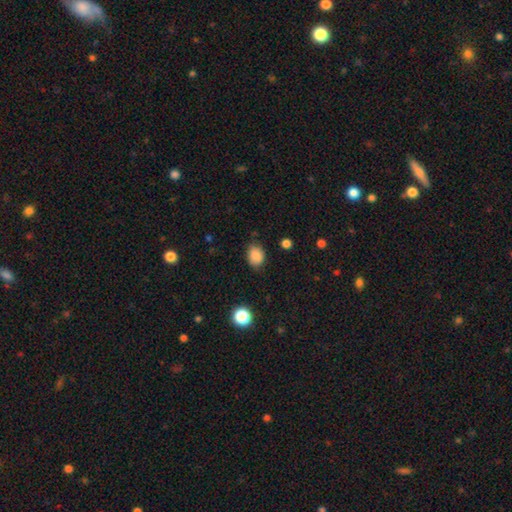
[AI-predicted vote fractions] Q: Smooth or featured?
A: smooth (86%); runner-up: star or artifact (9%)
Q: How rounded?
A: in between (61%); runner-up: round (38%)
Q: Merging?
A: none (78%); runner-up: minor disturbance (17%)